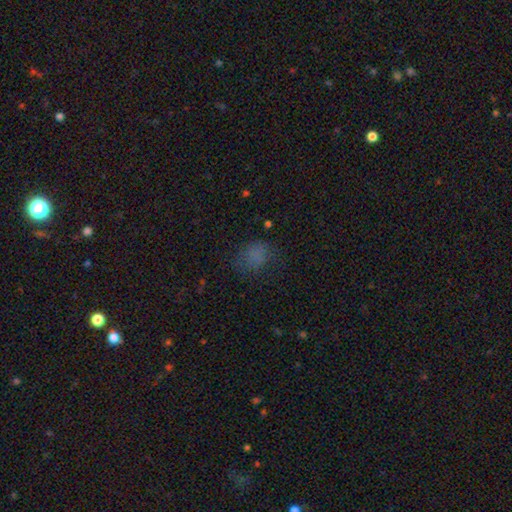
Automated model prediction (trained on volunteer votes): A smooth galaxy with no disk features (69%) that is round (50%).

Vote fractions:
- Smooth or featured? smooth: 69% / star or artifact: 20% / featured or disk: 11%
- How rounded? round: 50% / in between: 49% / cigar-shaped: 1%
- Merging? none: 60% / minor disturbance: 23% / major disturbance: 16% / merger: 2%